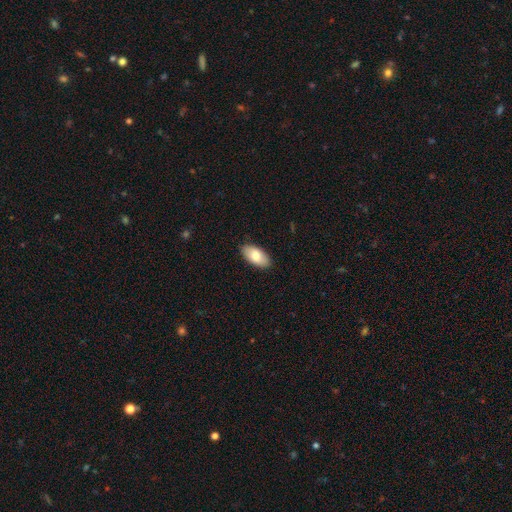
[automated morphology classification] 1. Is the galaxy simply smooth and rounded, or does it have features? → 80% smooth, 15% featured or disk, 6% star or artifact.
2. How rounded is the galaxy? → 94% in between, 3% cigar-shaped, 2% round.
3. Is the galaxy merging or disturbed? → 89% none, 9% minor disturbance, 2% major disturbance, 1% merger.